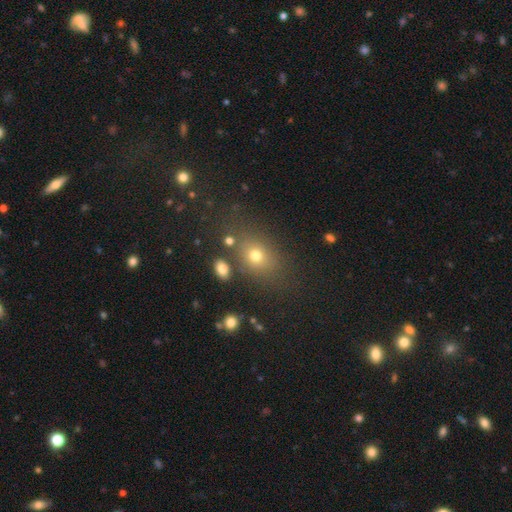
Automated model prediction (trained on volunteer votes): smooth-or-featured: smooth: 70% | star or artifact: 18% | featured or disk: 12%
  how-rounded: in between: 59% | round: 40% | cigar-shaped: 2%
  merging: none: 73% | minor disturbance: 13% | merger: 7% | major disturbance: 7%